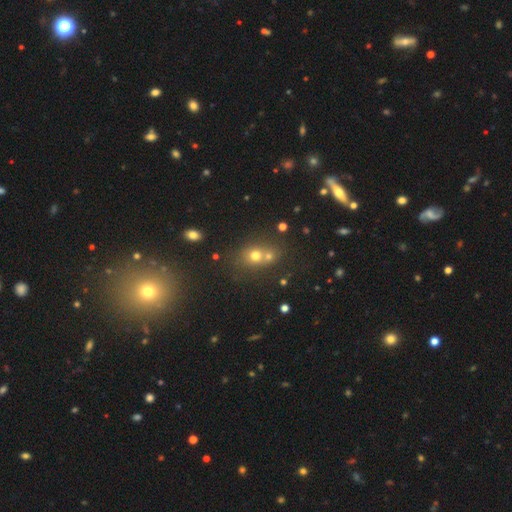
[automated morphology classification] Smooth or featured: smooth — 67% (star or artifact — 20%)
How rounded: round — 72% (in between — 26%)
Merging: merger — 46% (none — 42%)